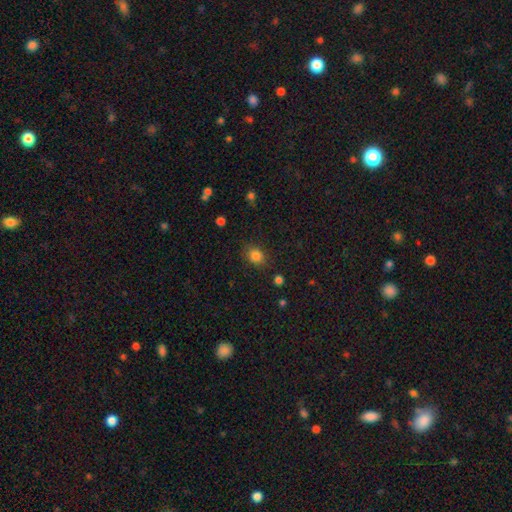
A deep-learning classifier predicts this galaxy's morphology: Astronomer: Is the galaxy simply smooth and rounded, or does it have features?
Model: smooth — 84%.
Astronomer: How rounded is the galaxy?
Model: round — 53% (runner-up: in between, 46%).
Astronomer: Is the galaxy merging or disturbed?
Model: none — 81%.